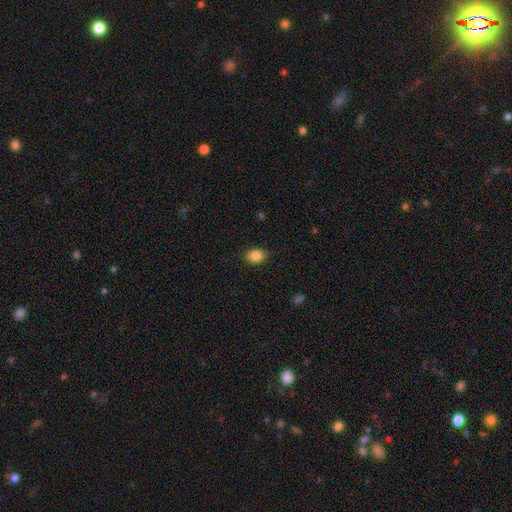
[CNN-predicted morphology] The model was most divided on "how rounded": in between: 67%, round: 32%, cigar-shaped: 1%. More confident: merging — none (87%); smooth or featured — smooth (85%).